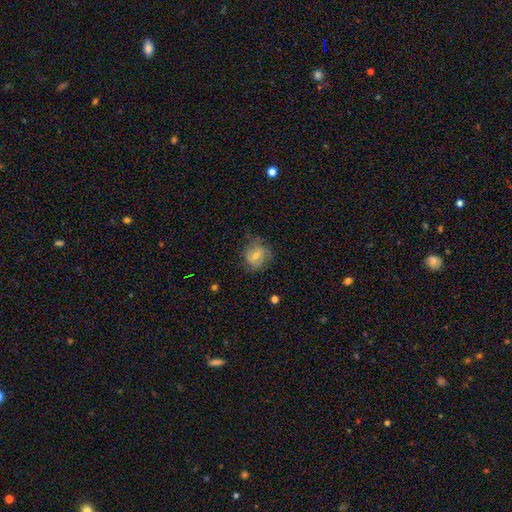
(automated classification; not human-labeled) Smooth or featured: smooth — 47% (featured or disk — 45%)
Merging: none — 65% (minor disturbance — 24%)